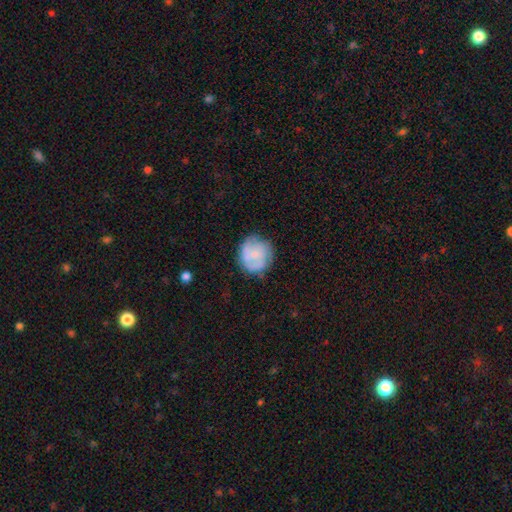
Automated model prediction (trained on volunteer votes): The model was most divided on "smooth or featured": smooth: 53%, featured or disk: 40%, star or artifact: 8%. More confident: how rounded — round (86%); merging — none (69%).